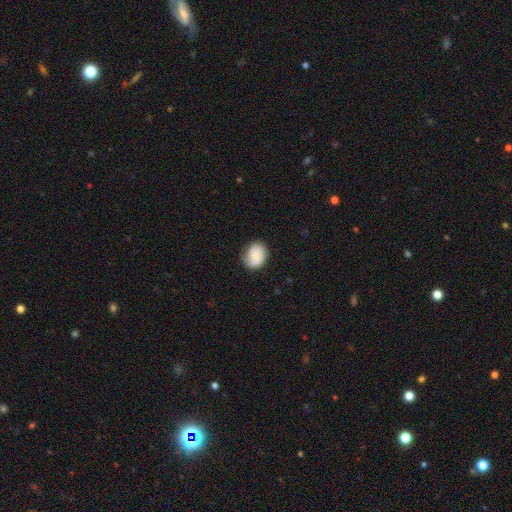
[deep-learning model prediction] Smooth or featured: smooth — 75% (featured or disk — 18%)
How rounded: round — 58% (in between — 41%)
Merging: none — 67% (minor disturbance — 24%)